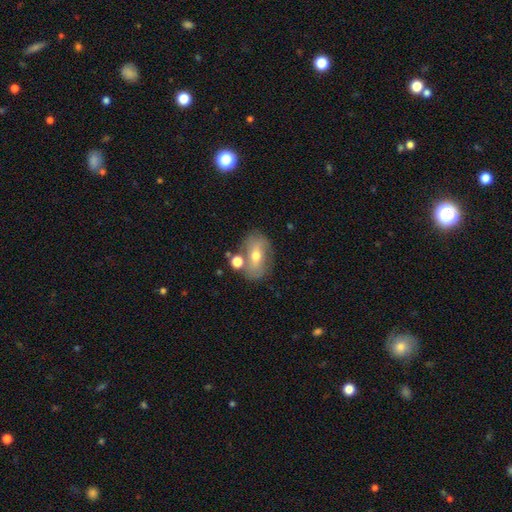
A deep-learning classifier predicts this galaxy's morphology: Q: Smooth or featured?
A: smooth (46%); runner-up: featured or disk (44%)
Q: Merging?
A: none (64%); runner-up: minor disturbance (15%)